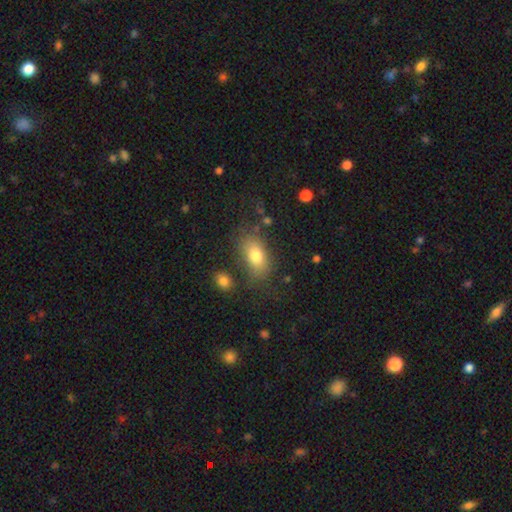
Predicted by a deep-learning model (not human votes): Q: Smooth or featured?
A: smooth (78%); runner-up: featured or disk (12%)
Q: How rounded?
A: in between (87%); runner-up: round (9%)
Q: Merging?
A: none (69%); runner-up: minor disturbance (18%)